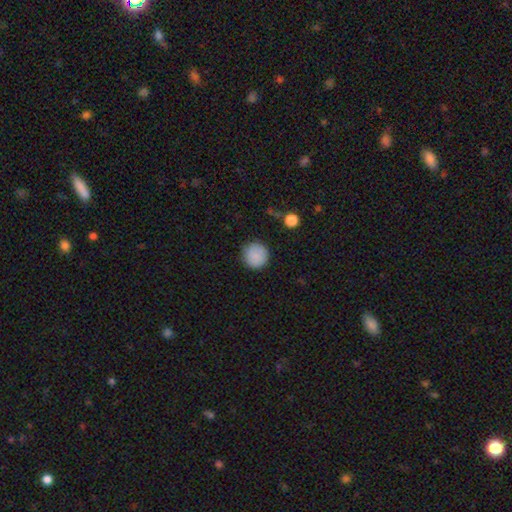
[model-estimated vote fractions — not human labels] Morphology: type=smooth (87%); roundness=round (94%); merging=none (87%).